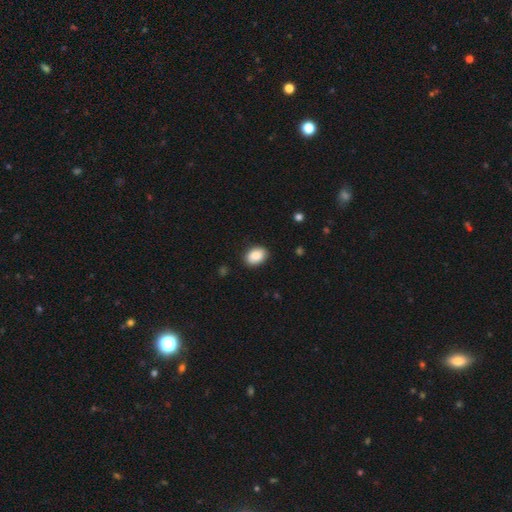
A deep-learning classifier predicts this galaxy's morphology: Overall: smooth (89%). How rounded: in between (78%). Merging: none (87%).